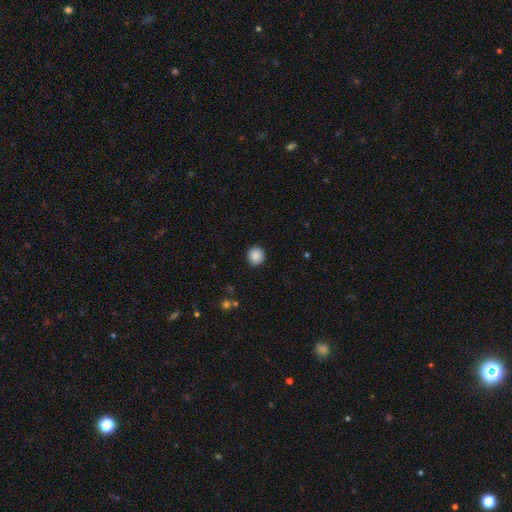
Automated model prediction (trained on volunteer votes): Overall: smooth (88%). How rounded: round (93%). Merging: none (91%).